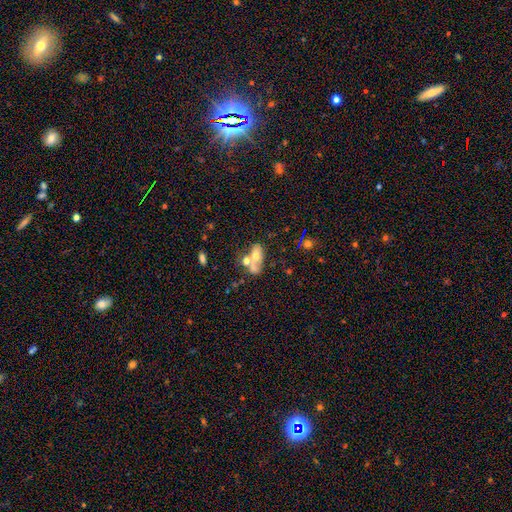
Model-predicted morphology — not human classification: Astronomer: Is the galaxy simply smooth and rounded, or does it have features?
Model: smooth — 55% (runner-up: featured or disk, 35%).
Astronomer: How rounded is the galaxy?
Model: in between — 81%.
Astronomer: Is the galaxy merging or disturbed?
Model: merger — 59%.